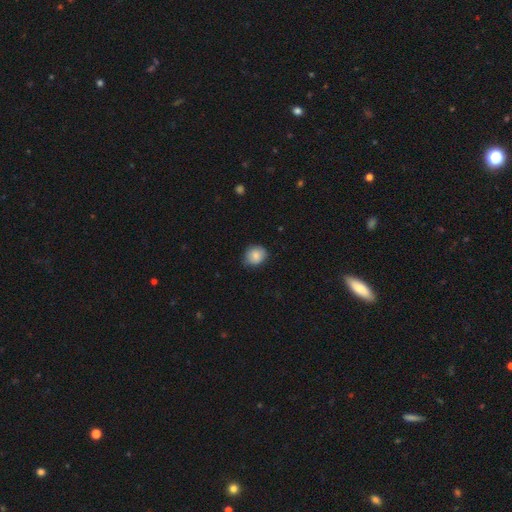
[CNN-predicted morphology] Smooth or featured? Predicted: smooth (p=0.84). How rounded? Predicted: round (p=0.65). Merging? Predicted: none (p=0.77).